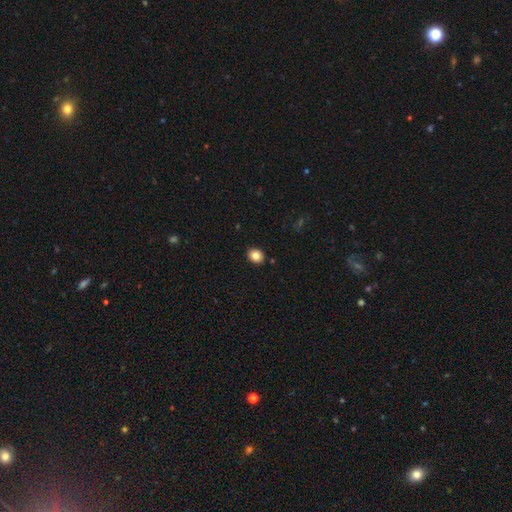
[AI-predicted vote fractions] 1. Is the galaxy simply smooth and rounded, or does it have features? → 82% smooth, 10% star or artifact, 8% featured or disk.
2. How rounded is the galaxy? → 64% round, 35% in between, 1% cigar-shaped.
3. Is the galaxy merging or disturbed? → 91% none, 6% minor disturbance, 2% major disturbance, 2% merger.